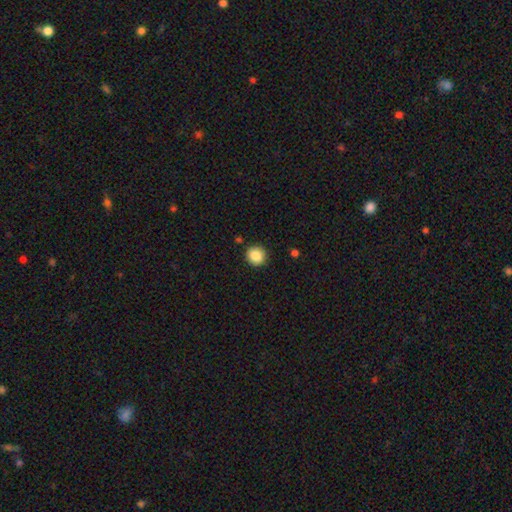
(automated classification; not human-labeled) Overall: smooth (87%). How rounded: round (92%). Merging: none (90%).